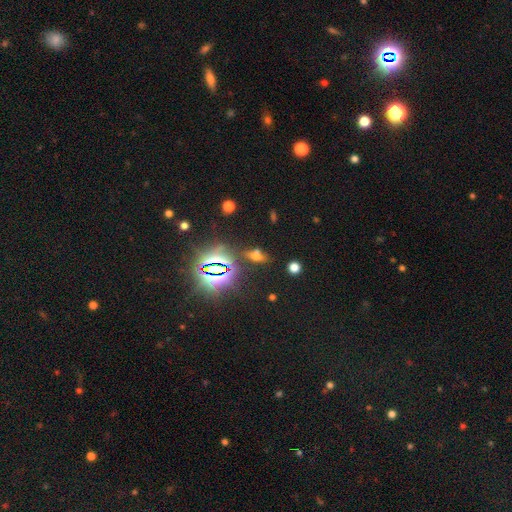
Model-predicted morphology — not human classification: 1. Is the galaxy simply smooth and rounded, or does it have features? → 44% star or artifact, 41% smooth, 14% featured or disk.